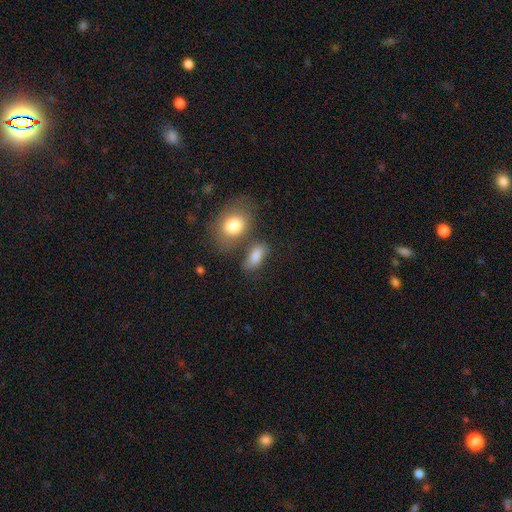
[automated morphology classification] smooth 81%, star or artifact 10%, featured or disk 9%. Down the decision tree: how rounded — in between (82%); merging — none (57%).